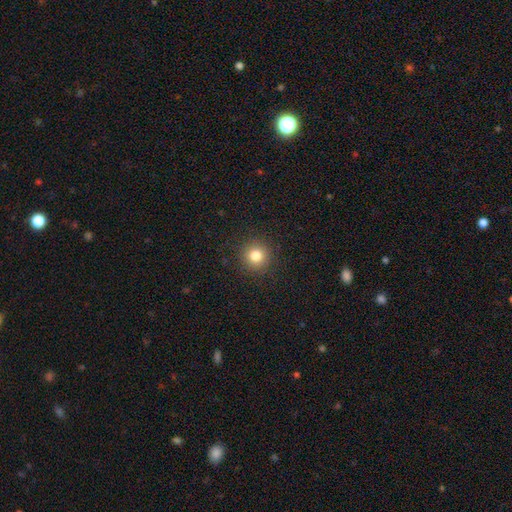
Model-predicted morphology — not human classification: This is clearly a smooth galaxy (81%). How rounded: clearly round (94%). Merging: clearly none (91%).